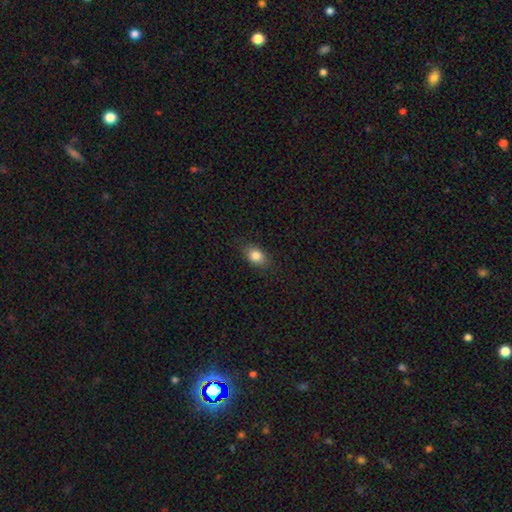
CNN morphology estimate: Smooth or featured? Predicted: smooth (p=0.84). How rounded? Predicted: in between (p=0.79). Merging? Predicted: none (p=0.84).